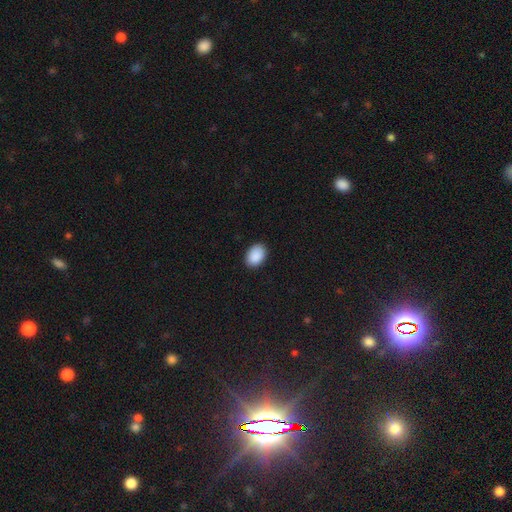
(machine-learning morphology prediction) smooth_or_featured: smooth (p=0.91) [alt: star or artifact p=0.07]
how_rounded: in between (p=0.85) [alt: round p=0.14]
merging: none (p=0.89) [alt: minor disturbance p=0.09]